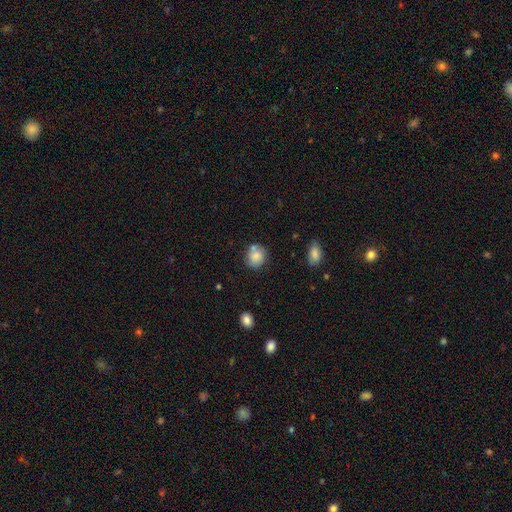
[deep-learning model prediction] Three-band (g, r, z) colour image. It shows a smooth galaxy with no disk features (78%) that is round (74%). Merging: none (62%).